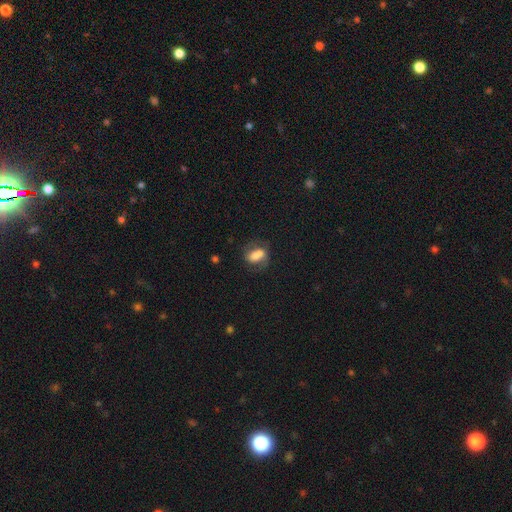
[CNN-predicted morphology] Smooth or featured: smooth — 57% (featured or disk — 34%)
How rounded: in between — 80% (round — 16%)
Merging: none — 56% (minor disturbance — 23%)